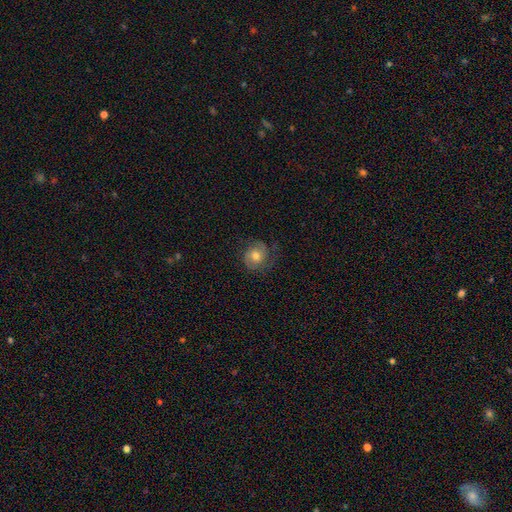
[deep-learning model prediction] Smooth or featured?
  - featured or disk: 60% *
  - smooth: 32%
  - star or artifact: 8%
Edge-on disk?
  - no: 97% *
  - yes: 3%
Bar?
  - no: 73% *
  - weak: 23%
  - strong: 4%
Spiral arms?
  - yes: 89% *
  - no: 11%
Spiral winding?
  - medium: 43% *
  - tight: 37%
  - loose: 20%
Spiral arm count?
  - 2: 75% *
  - can't tell: 11%
  - 1: 6%
  - 3: 5%
  - 4: 2%
  - more than 4: 2%
Bulge size?
  - moderate: 69% *
  - small: 21%
  - large: 7%
  - none: 1%
  - dominant: 1%
Merging?
  - none: 69% *
  - minor disturbance: 19%
  - major disturbance: 11%
  - merger: 1%